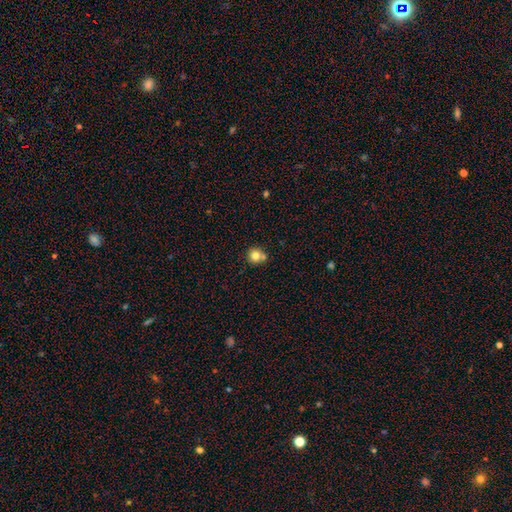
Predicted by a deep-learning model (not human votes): A smooth galaxy with no disk features (80%) that is round (92%).

Vote fractions:
- Smooth or featured? smooth: 80% / star or artifact: 11% / featured or disk: 9%
- How rounded? round: 92% / in between: 7% / cigar-shaped: 1%
- Merging? none: 63% / merger: 24% / minor disturbance: 10% / major disturbance: 3%